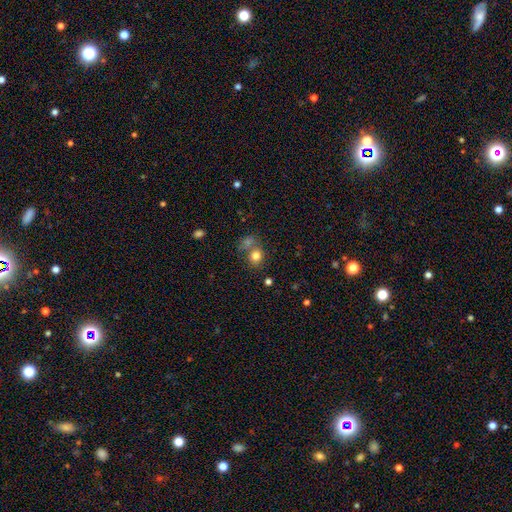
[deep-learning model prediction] A smooth galaxy with no disk features (79%) that is round (65%). Merging: none (54%).